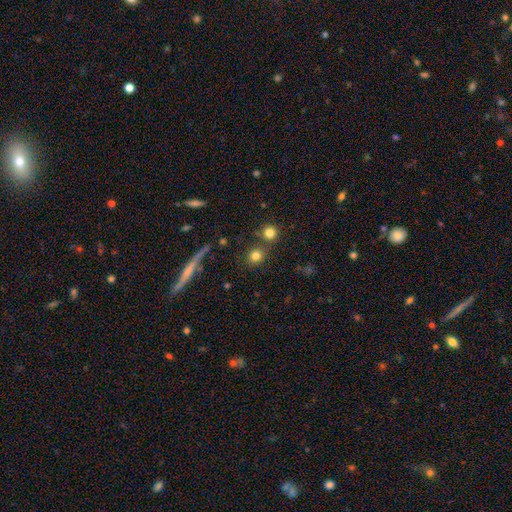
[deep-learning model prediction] A smooth galaxy with no disk features (79%) that is round (87%).

Vote fractions:
- Smooth or featured? smooth: 79% / star or artifact: 13% / featured or disk: 8%
- How rounded? round: 87% / in between: 11% / cigar-shaped: 2%
- Merging? none: 74% / merger: 15% / minor disturbance: 8% / major disturbance: 4%